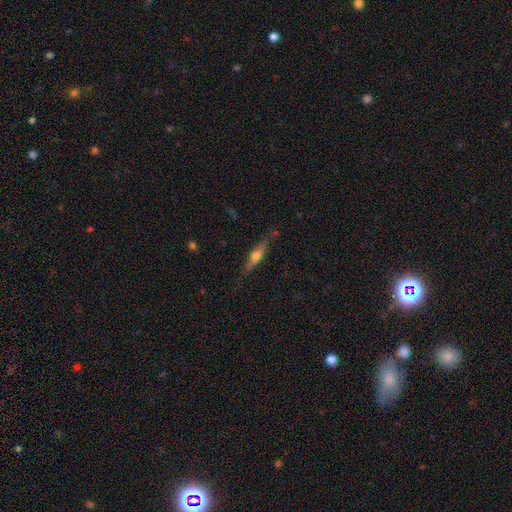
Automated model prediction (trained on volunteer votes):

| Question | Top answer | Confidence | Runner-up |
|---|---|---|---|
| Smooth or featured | featured or disk | 52% | smooth (42%) |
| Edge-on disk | yes | 92% | no (8%) |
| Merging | none | 79% | minor disturbance (16%) |